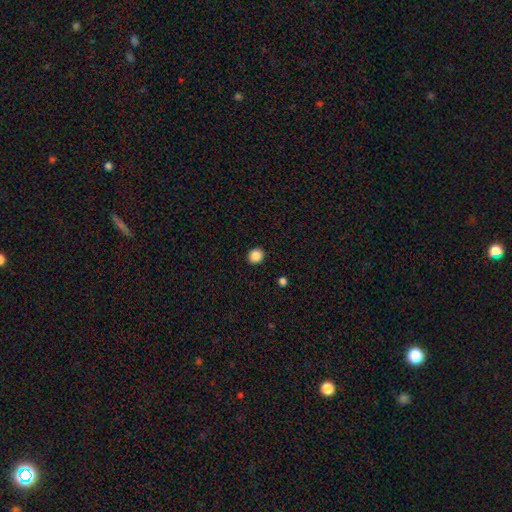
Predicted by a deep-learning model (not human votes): Smooth or featured?
  - smooth: 87% *
  - star or artifact: 10%
  - featured or disk: 3%
How rounded?
  - round: 85% *
  - in between: 14%
  - cigar-shaped: 1%
Merging?
  - none: 92% *
  - minor disturbance: 5%
  - major disturbance: 2%
  - merger: 1%